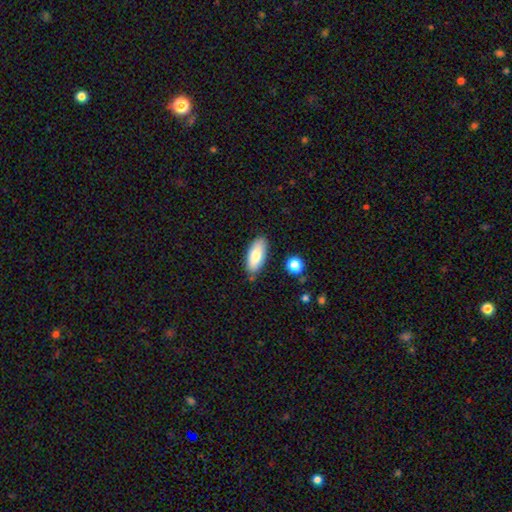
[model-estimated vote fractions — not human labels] smooth-or-featured: smooth: 78% | featured or disk: 15% | star or artifact: 6%
  how-rounded: in between: 86% | cigar-shaped: 12% | round: 2%
  merging: none: 80% | minor disturbance: 14% | merger: 3% | major disturbance: 3%